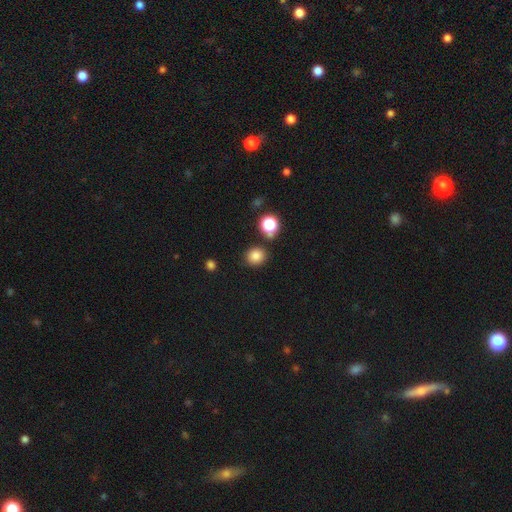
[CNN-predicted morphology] Smooth or featured? smooth (82%)
How rounded? round (79%)
Merging? none (81%)